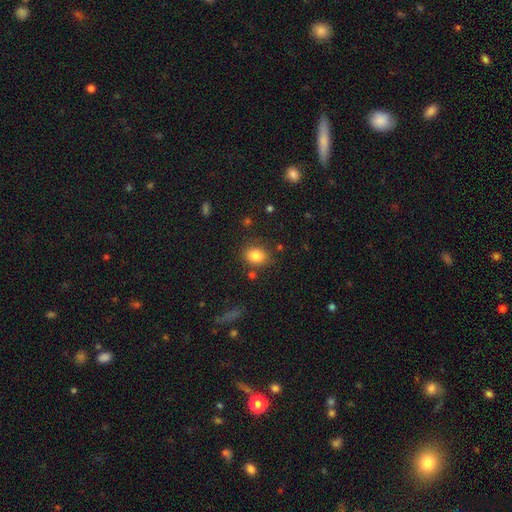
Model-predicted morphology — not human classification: Smooth or featured: smooth — 83% (star or artifact — 10%)
How rounded: in between — 55% (round — 44%)
Merging: none — 81% (minor disturbance — 12%)